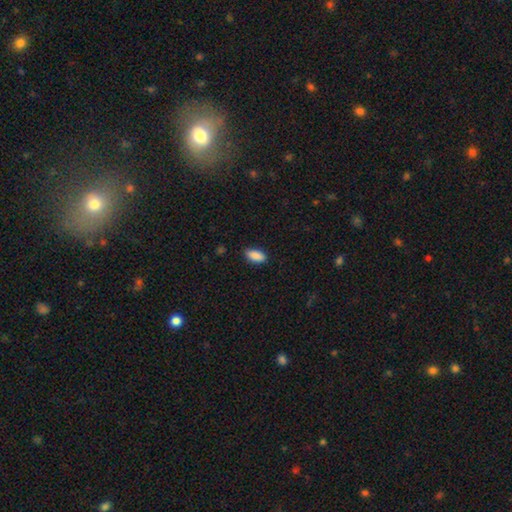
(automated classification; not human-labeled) This is clearly a smooth galaxy (89%). How rounded: clearly in between (90%). Merging: clearly none (86%).